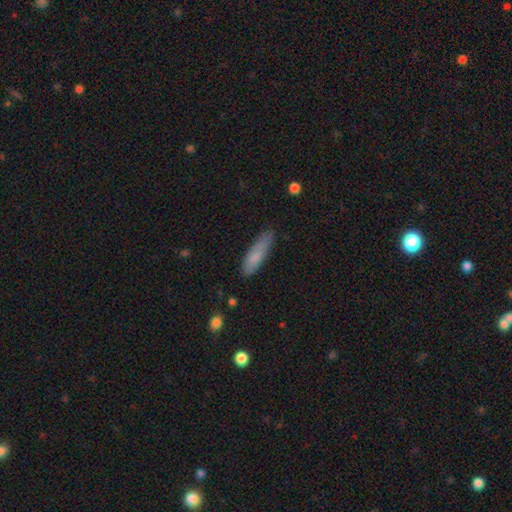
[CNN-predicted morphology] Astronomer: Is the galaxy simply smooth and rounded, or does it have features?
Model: smooth — 77%.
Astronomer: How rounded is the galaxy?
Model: cigar-shaped — 66%.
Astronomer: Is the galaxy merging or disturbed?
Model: none — 71%.